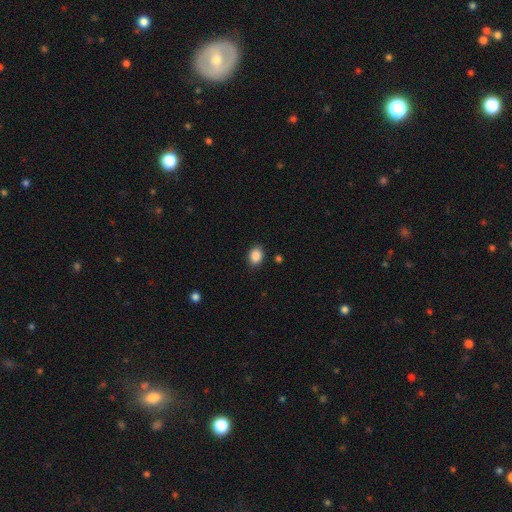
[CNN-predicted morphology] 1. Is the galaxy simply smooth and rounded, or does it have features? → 88% smooth, 8% star or artifact, 3% featured or disk.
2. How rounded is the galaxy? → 68% in between, 31% round, 1% cigar-shaped.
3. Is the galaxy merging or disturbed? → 87% none, 9% minor disturbance, 2% major disturbance, 1% merger.